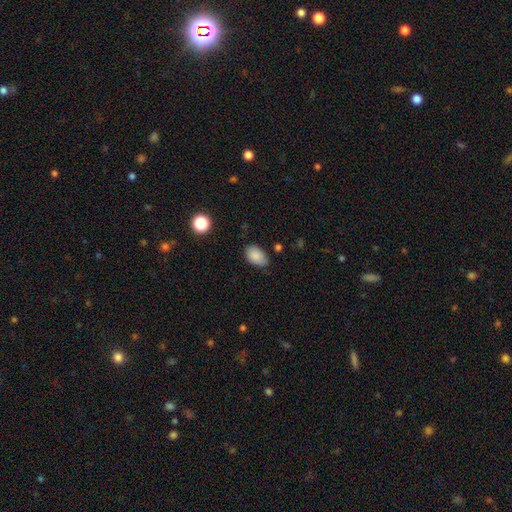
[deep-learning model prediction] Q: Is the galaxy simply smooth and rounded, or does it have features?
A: smooth — 87%.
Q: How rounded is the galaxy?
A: in between — 90%.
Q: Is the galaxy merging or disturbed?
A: none — 70%.